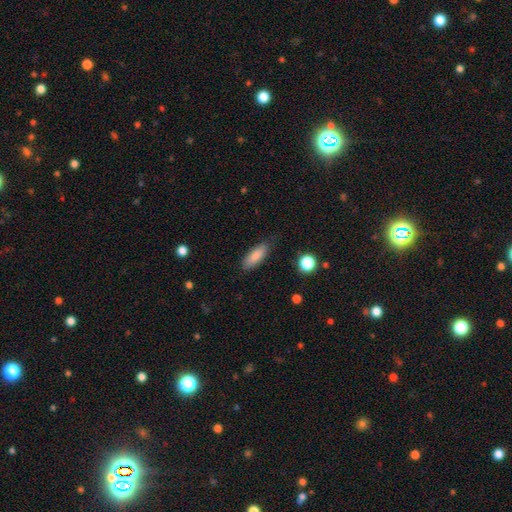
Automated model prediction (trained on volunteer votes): smooth 84%, featured or disk 8%, star or artifact 7%. Down the decision tree: how rounded — in between (66%); merging — none (81%).